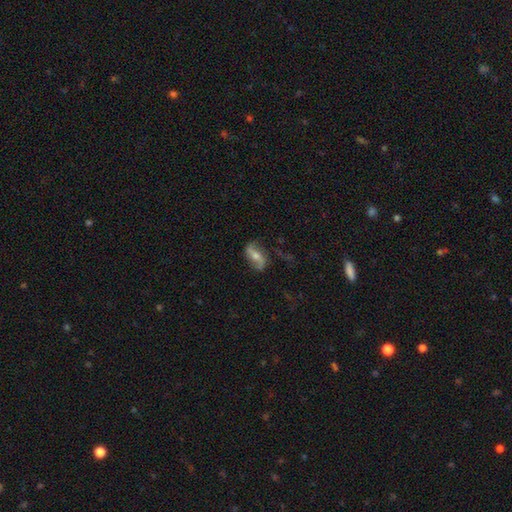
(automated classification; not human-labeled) Smooth or featured: featured or disk — 71% (smooth — 21%)
Edge-on disk: no — 92% (yes — 8%)
Bar: strong — 35% (weak — 34%)
Spiral arms: yes — 88% (no — 12%)
Spiral winding: loose — 65% (medium — 24%)
Spiral arm count: 2 — 90% (can't tell — 5%)
Bulge size: moderate — 60% (small — 32%)
Merging: none — 75% (minor disturbance — 17%)